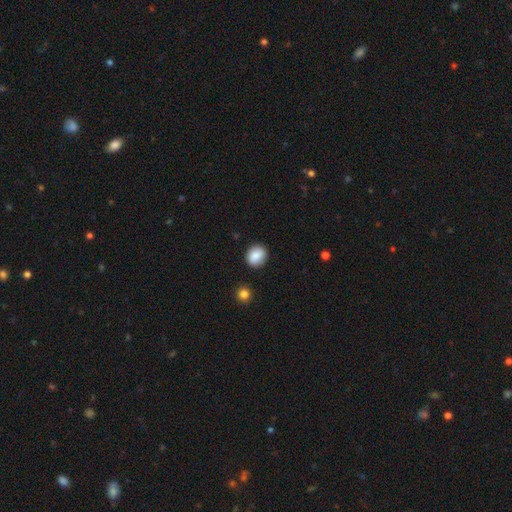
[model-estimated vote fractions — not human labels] Smooth or featured: smooth — 86% (star or artifact — 8%)
How rounded: round — 68% (in between — 31%)
Merging: none — 88% (minor disturbance — 8%)